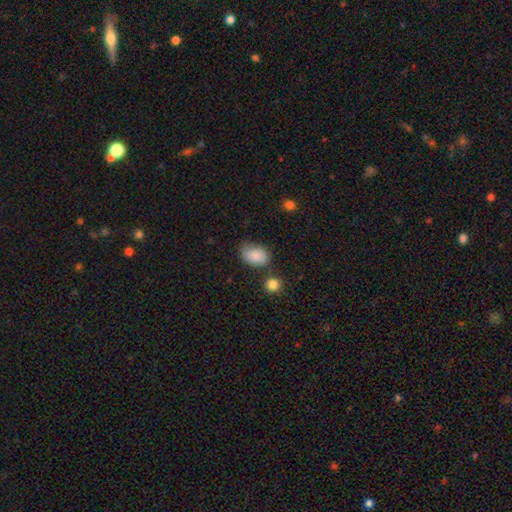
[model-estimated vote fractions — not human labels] A smooth galaxy with no disk features (85%) that is in between round and cigar-shaped (82%). Merging: none (55%).